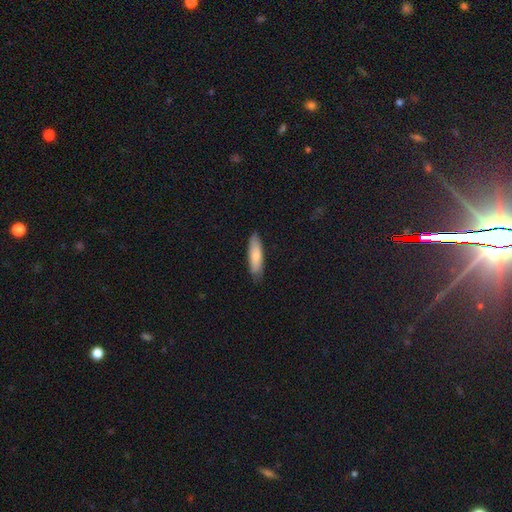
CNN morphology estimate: smooth-or-featured: smooth: 76% | featured or disk: 19% | star or artifact: 5%
  how-rounded: cigar-shaped: 60% | in between: 39% | round: 2%
  merging: none: 81% | minor disturbance: 15% | major disturbance: 2% | merger: 1%